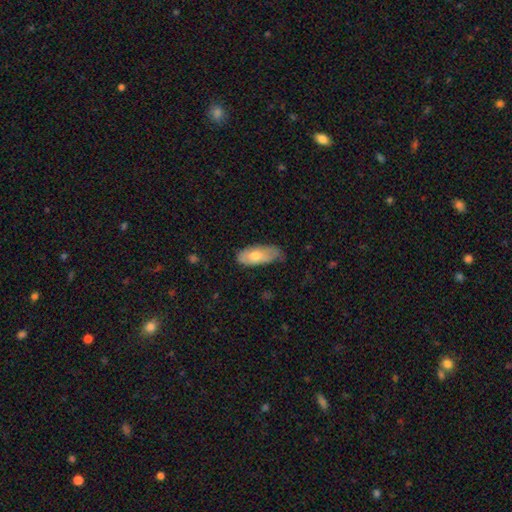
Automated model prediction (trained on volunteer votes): smooth-or-featured: smooth: 67% | featured or disk: 28% | star or artifact: 6%
  how-rounded: in between: 87% | cigar-shaped: 11% | round: 3%
  merging: none: 57% | minor disturbance: 35% | major disturbance: 7% | merger: 1%